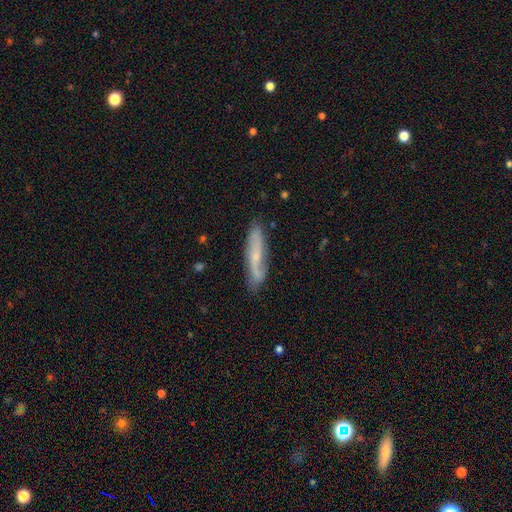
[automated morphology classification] featured or disk 56%, smooth 36%, star or artifact 8%. Down the decision tree: edge-on disk — no (52%); merging — none (78%).